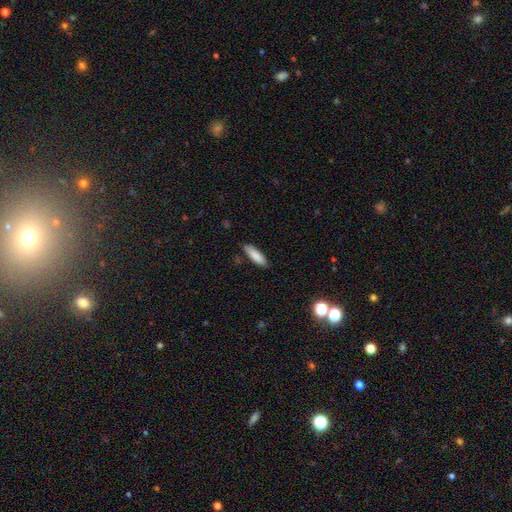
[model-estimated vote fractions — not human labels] Smooth or featured? Predicted: smooth (p=0.87). How rounded? Predicted: cigar-shaped (p=0.52). Merging? Predicted: none (p=0.85).